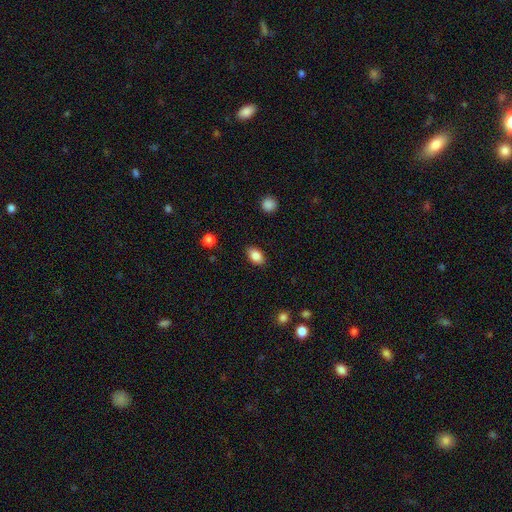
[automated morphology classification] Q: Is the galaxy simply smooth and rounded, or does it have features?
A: smooth — 86%.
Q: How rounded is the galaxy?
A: in between — 88%.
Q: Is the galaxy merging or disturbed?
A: none — 87%.